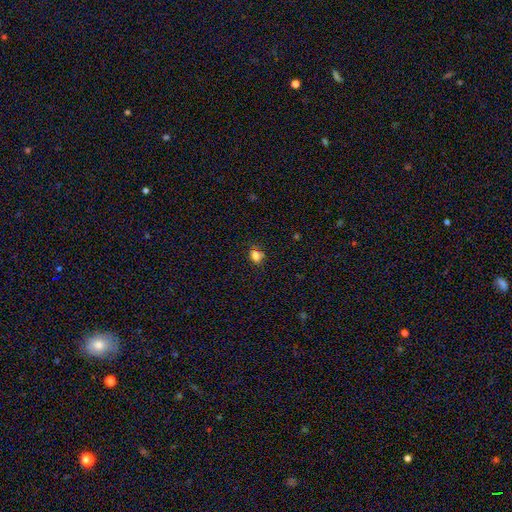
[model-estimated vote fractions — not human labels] smooth 73%, star or artifact 21%, featured or disk 7%. Down the decision tree: how rounded — in between (55%); merging — none (73%).